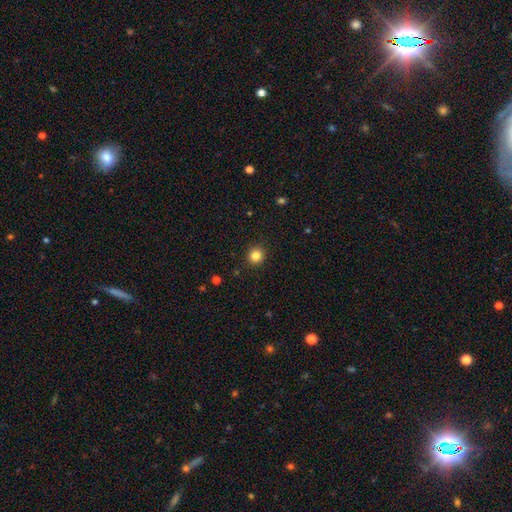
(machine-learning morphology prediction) Smooth or featured? smooth (84%)
How rounded? round (91%)
Merging? none (92%)